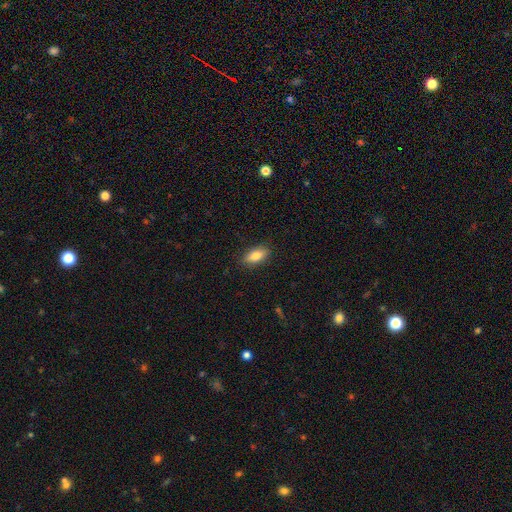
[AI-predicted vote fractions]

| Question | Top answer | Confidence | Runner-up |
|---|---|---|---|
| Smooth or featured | smooth | 81% | featured or disk (12%) |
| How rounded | in between | 85% | cigar-shaped (11%) |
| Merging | none | 87% | minor disturbance (9%) |